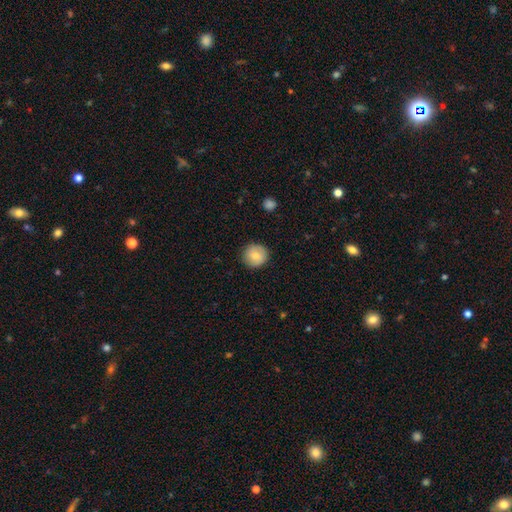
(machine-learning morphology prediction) A smooth galaxy with no disk features (83%) that is round (93%). Merging: none (90%).